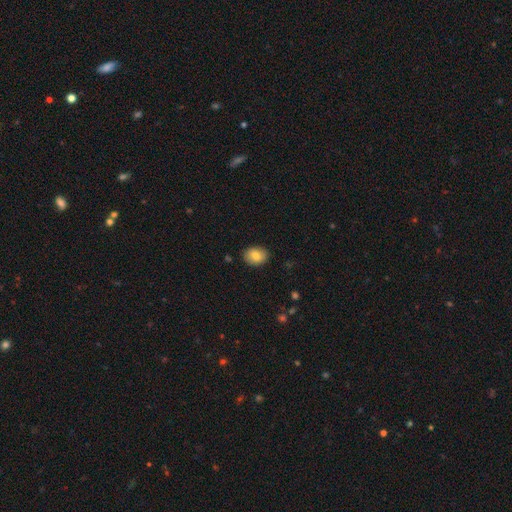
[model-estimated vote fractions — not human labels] smooth-or-featured: smooth: 81% | featured or disk: 11% | star or artifact: 8%
  how-rounded: in between: 61% | round: 38% | cigar-shaped: 1%
  merging: none: 87% | minor disturbance: 10% | major disturbance: 2% | merger: 1%